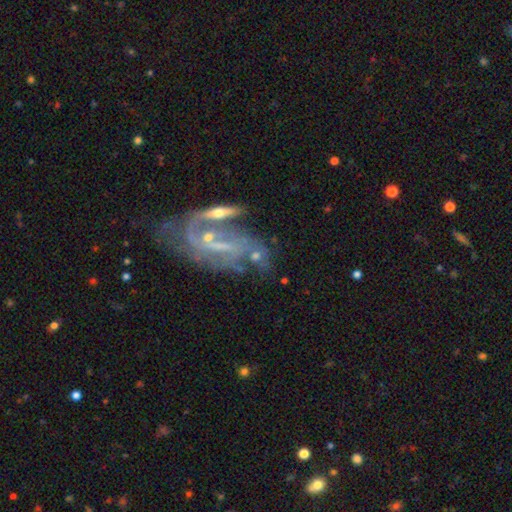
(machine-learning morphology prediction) smooth_or_featured: featured or disk (p=0.73) [alt: smooth p=0.17]
disk_edge_on: no (p=0.91) [alt: yes p=0.09]
bar: weak (p=0.39) [tied with: no p=0.39]
has_spiral_arms: yes (p=0.73) [alt: no p=0.27]
bulge_size: small (p=0.48) [alt: moderate p=0.26]
merging: merger (p=0.40) [alt: none p=0.26]